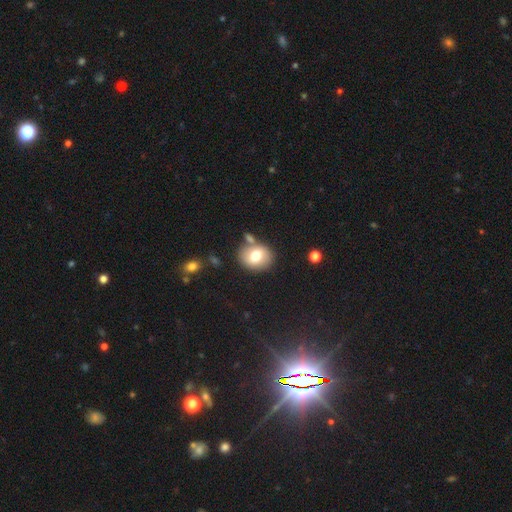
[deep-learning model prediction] Smooth or featured: smooth — 72% (featured or disk — 18%)
How rounded: round — 56% (in between — 43%)
Merging: none — 72% (minor disturbance — 12%)